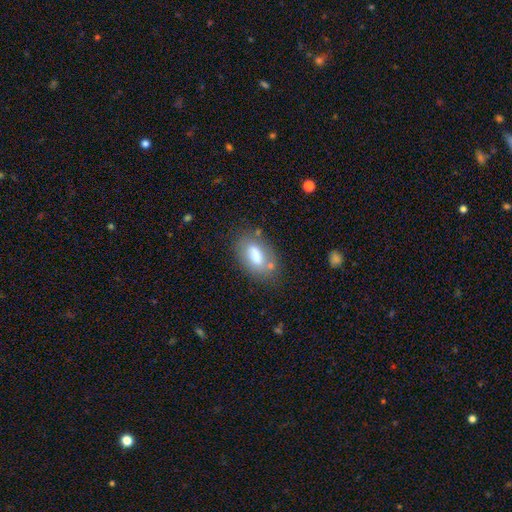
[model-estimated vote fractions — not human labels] Smooth or featured? Predicted: smooth (p=0.75). How rounded? Predicted: in between (p=0.90). Merging? Predicted: none (p=0.64).